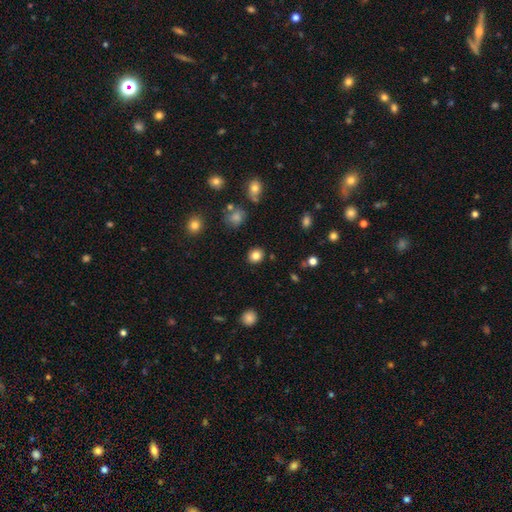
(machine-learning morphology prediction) Q: Smooth or featured?
A: smooth (83%); runner-up: star or artifact (11%)
Q: How rounded?
A: round (70%); runner-up: in between (29%)
Q: Merging?
A: none (89%); runner-up: minor disturbance (7%)